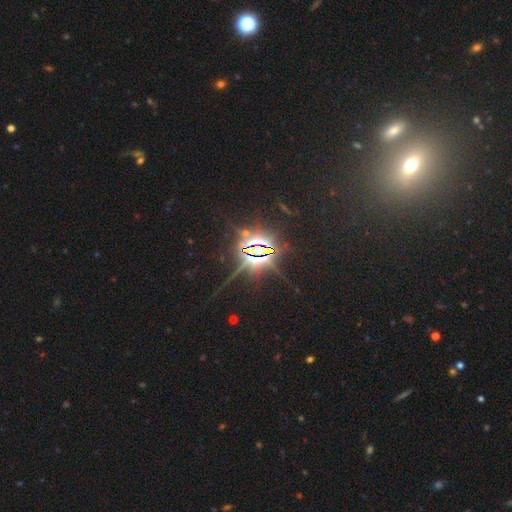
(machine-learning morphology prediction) Q: Smooth or featured?
A: star or artifact (85%); runner-up: featured or disk (10%)